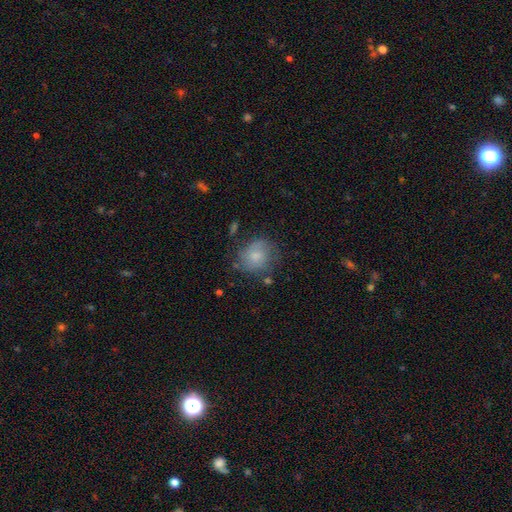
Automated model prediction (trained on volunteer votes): A smooth galaxy with no disk features (63%) that is round (71%).

Vote fractions:
- Smooth or featured? smooth: 63% / featured or disk: 29% / star or artifact: 8%
- How rounded? round: 71% / in between: 28% / cigar-shaped: 1%
- Merging? none: 59% / minor disturbance: 25% / major disturbance: 12% / merger: 4%